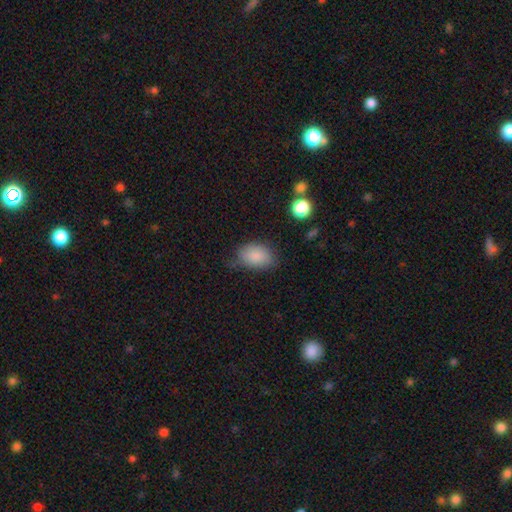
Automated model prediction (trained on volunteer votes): Smooth or featured? Predicted: smooth (p=0.85). How rounded? Predicted: in between (p=0.83). Merging? Predicted: none (p=0.64).